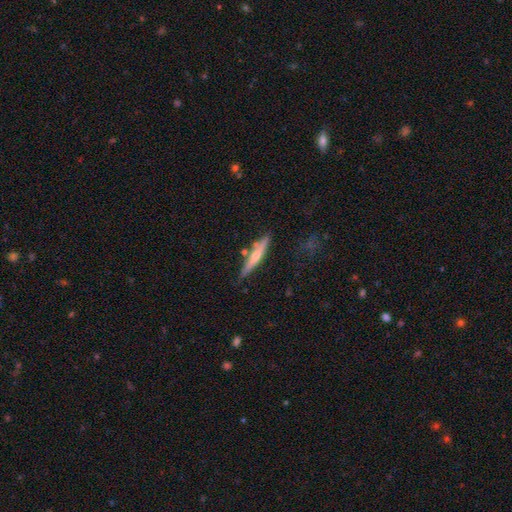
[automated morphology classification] Smooth or featured: featured or disk — 53% (smooth — 41%)
Edge-on disk: yes — 94% (no — 6%)
Edge-on bulge: rounded — 77% (none — 17%)
Merging: none — 76% (minor disturbance — 14%)